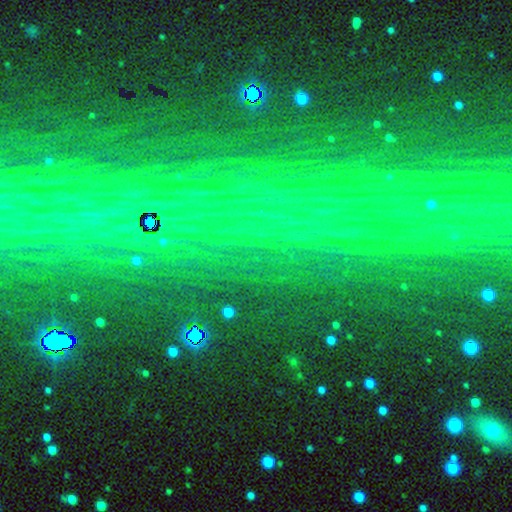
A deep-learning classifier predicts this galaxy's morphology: Smooth or featured?
  - star or artifact: 82% *
  - featured or disk: 9%
  - smooth: 9%